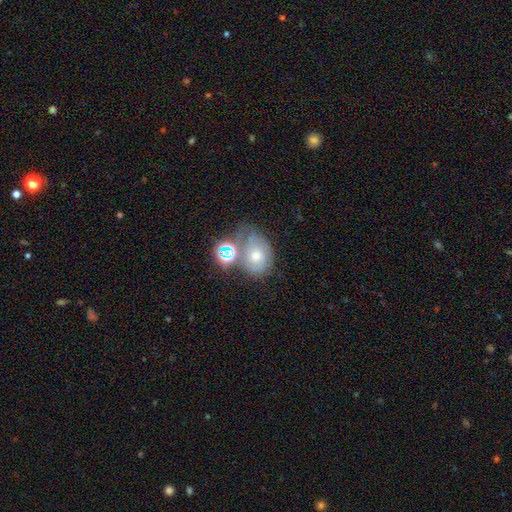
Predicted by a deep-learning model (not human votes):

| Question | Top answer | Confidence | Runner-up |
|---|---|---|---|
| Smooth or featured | smooth | 43% | featured or disk (38%) |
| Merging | none | 37% | merger (30%) |